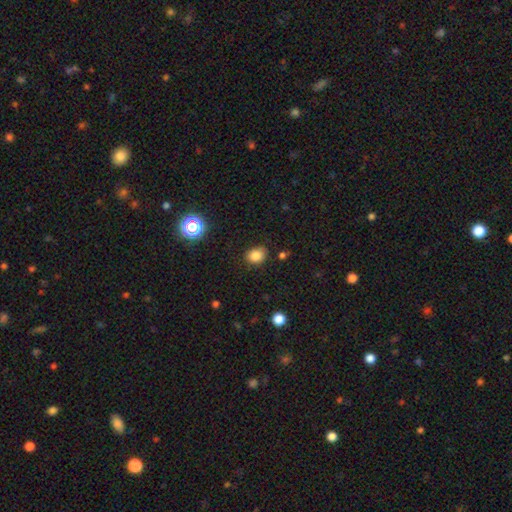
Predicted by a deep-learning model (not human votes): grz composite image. It shows a smooth galaxy with no disk features (81%) that is in between round and cigar-shaped (51%). Merging: none (77%).